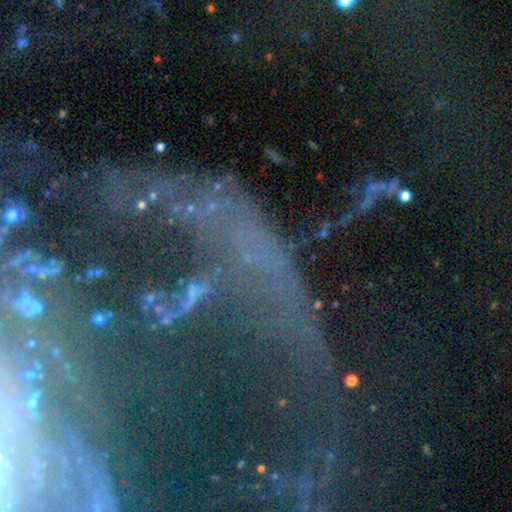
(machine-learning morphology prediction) The model was most divided on "smooth or featured": star or artifact: 67%, featured or disk: 20%, smooth: 12%.